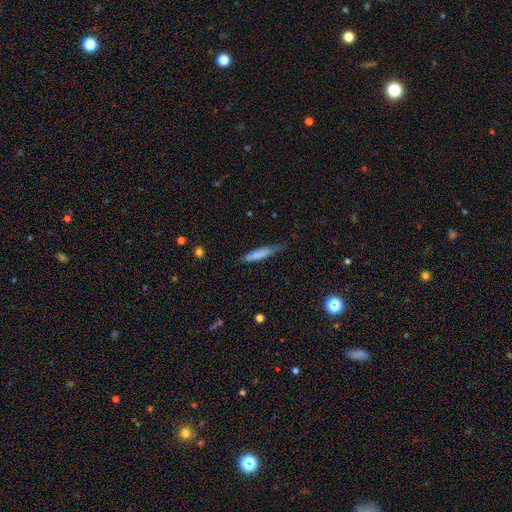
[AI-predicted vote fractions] Smooth or featured?
  - smooth: 70% *
  - featured or disk: 22%
  - star or artifact: 8%
How rounded?
  - cigar-shaped: 90% *
  - in between: 8%
  - round: 1%
Merging?
  - none: 66% *
  - minor disturbance: 27%
  - major disturbance: 5%
  - merger: 2%